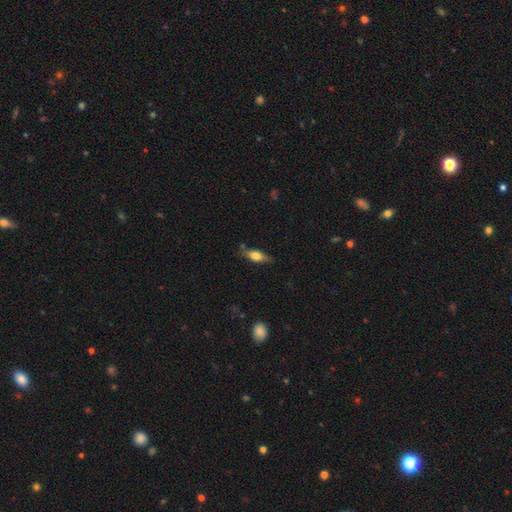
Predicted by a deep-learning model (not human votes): Smooth or featured: smooth — 62% (featured or disk — 31%)
How rounded: in between — 63% (cigar-shaped — 33%)
Merging: none — 74% (minor disturbance — 19%)